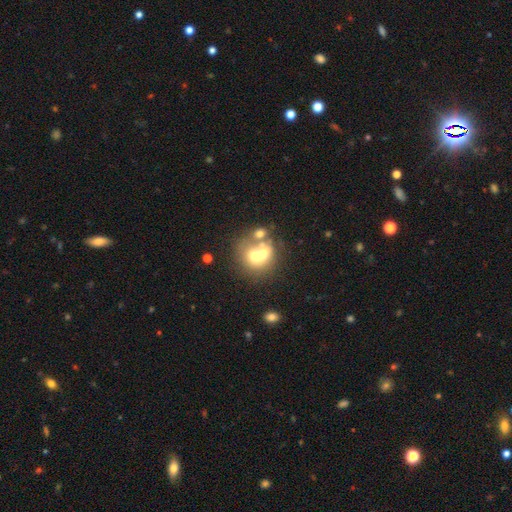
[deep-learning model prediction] Morphology: type=smooth (54%); roundness=round (70%); merging=merger (58%).